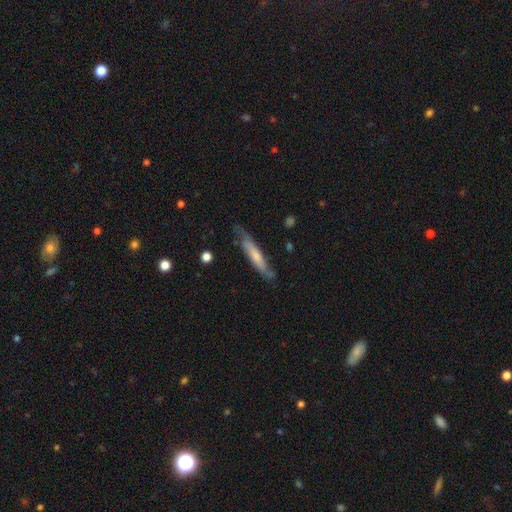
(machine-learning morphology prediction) Smooth or featured?
  - smooth: 49% *
  - featured or disk: 46%
  - star or artifact: 5%
Merging?
  - none: 64% *
  - minor disturbance: 26%
  - major disturbance: 7%
  - merger: 3%